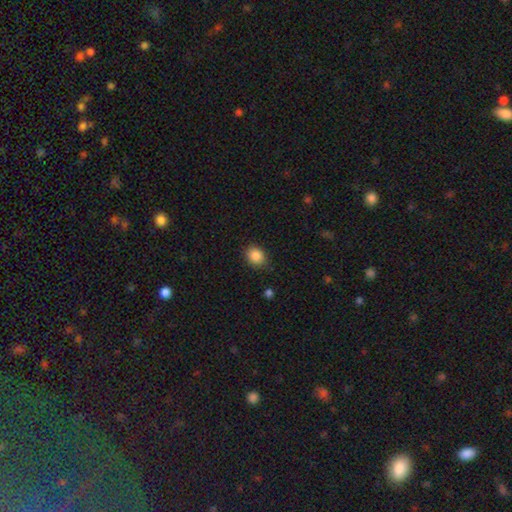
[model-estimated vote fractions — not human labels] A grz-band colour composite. It shows a smooth galaxy with no disk features (87%) that is round (59%). Merging: none (84%).